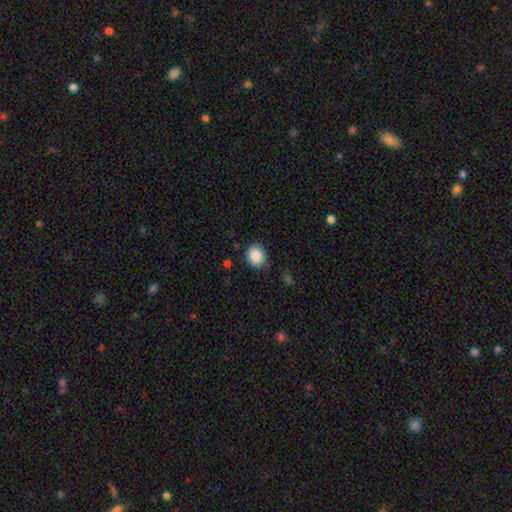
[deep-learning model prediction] Smooth or featured? Predicted: smooth (p=0.88). How rounded? Predicted: round (p=0.61). Merging? Predicted: none (p=0.82).